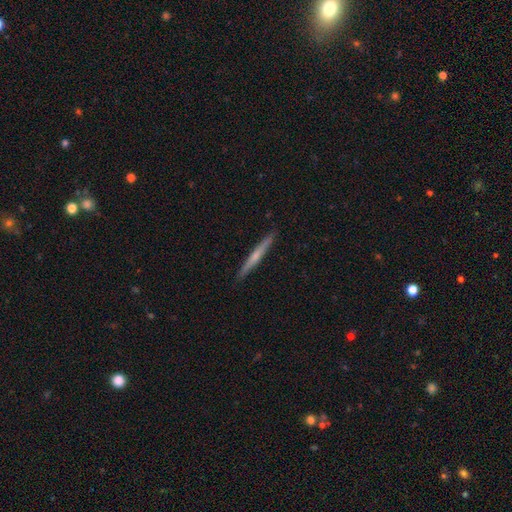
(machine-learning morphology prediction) Smooth or featured: featured or disk — 52% (smooth — 43%)
Edge-on disk: yes — 97% (no — 3%)
Edge-on bulge: none — 49% (rounded — 46%)
Merging: none — 92% (minor disturbance — 6%)